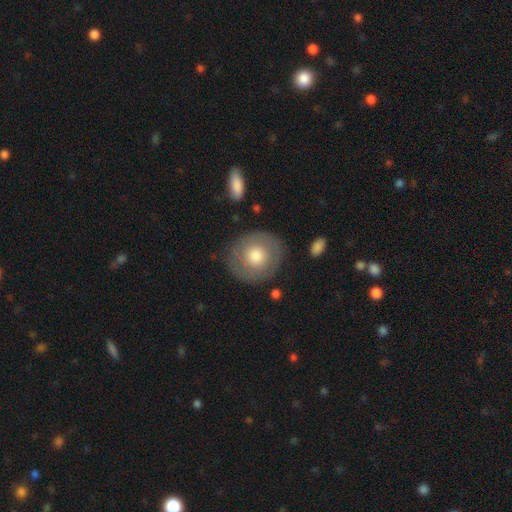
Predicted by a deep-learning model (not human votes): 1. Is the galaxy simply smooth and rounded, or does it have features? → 60% smooth, 34% featured or disk, 6% star or artifact.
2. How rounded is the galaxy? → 86% round, 13% in between, 1% cigar-shaped.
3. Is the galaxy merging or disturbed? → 83% none, 11% minor disturbance, 4% major disturbance, 2% merger.